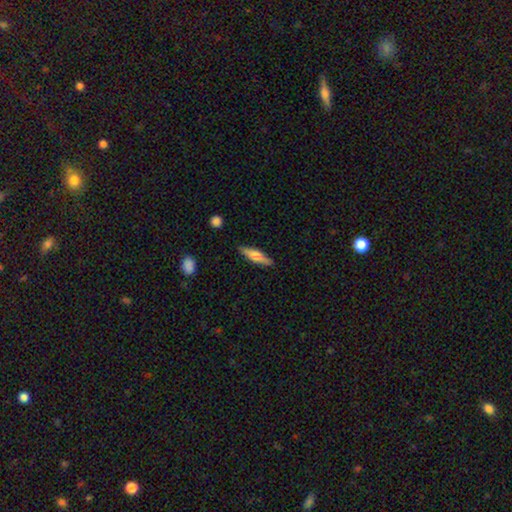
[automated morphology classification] Smooth or featured? Predicted: smooth (p=0.54). How rounded? Predicted: cigar-shaped (p=0.69). Merging? Predicted: none (p=0.86).